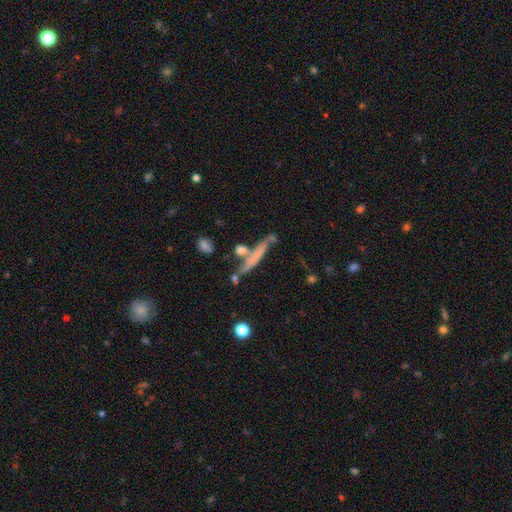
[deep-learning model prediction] Smooth or featured? Predicted: smooth (p=0.49). Merging? Predicted: none (p=0.68).